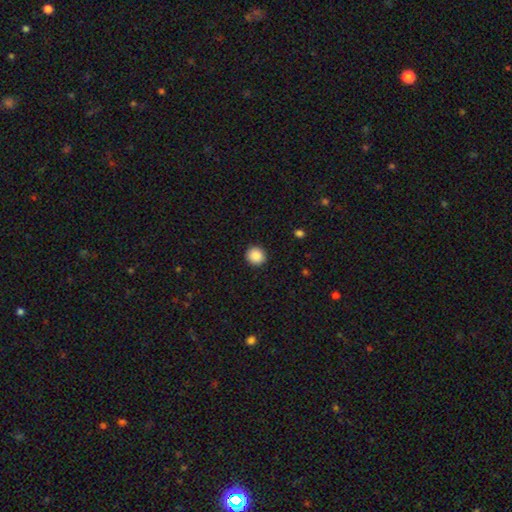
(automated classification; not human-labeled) smooth-or-featured: smooth: 88% | star or artifact: 9% | featured or disk: 3%
  how-rounded: round: 90% | in between: 9% | cigar-shaped: 1%
  merging: none: 92% | minor disturbance: 5% | major disturbance: 2% | merger: 1%